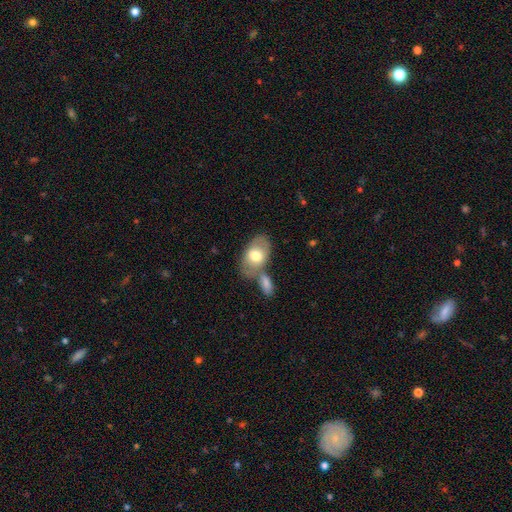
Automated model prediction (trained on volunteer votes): The model was most divided on "merging": none: 45%, merger: 35%, minor disturbance: 14%, major disturbance: 5%. More confident: how rounded — in between (90%); smooth or featured — smooth (67%).